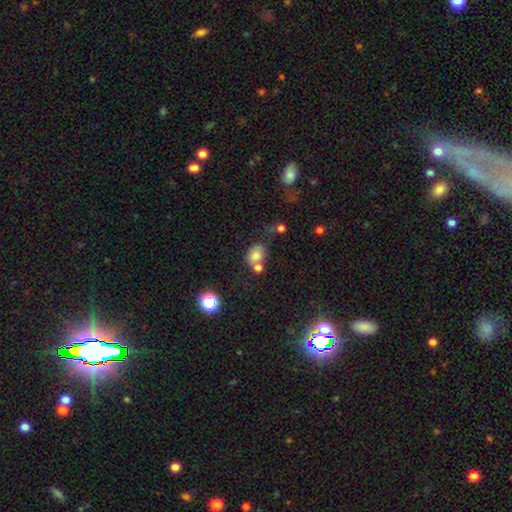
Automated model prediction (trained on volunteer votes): The model was most divided on "merging": merger: 41%, none: 37%, minor disturbance: 15%, major disturbance: 7%. More confident: smooth or featured — smooth (75%); how rounded — in between (59%).